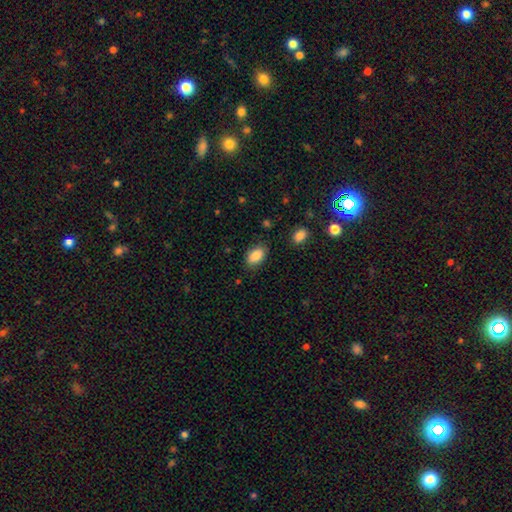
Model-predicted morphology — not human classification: This appears to be a smooth galaxy with no disk features (86%) that is in between round and cigar-shaped (91%). Merging: none (84%).